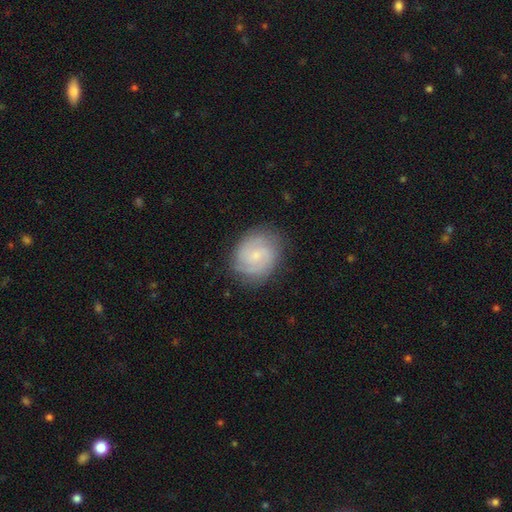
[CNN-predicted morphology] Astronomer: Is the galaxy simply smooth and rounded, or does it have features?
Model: featured or disk — 71%.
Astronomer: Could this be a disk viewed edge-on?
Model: no — 98%.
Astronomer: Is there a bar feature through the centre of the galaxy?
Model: no — 55% (runner-up: weak, 40%).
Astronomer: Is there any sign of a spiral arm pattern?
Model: yes — 95%.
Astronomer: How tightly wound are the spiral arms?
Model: tight — 53% (runner-up: medium, 37%).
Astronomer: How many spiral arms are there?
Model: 2 — 53%.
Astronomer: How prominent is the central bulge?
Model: small — 69%.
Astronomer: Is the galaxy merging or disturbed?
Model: none — 80%.